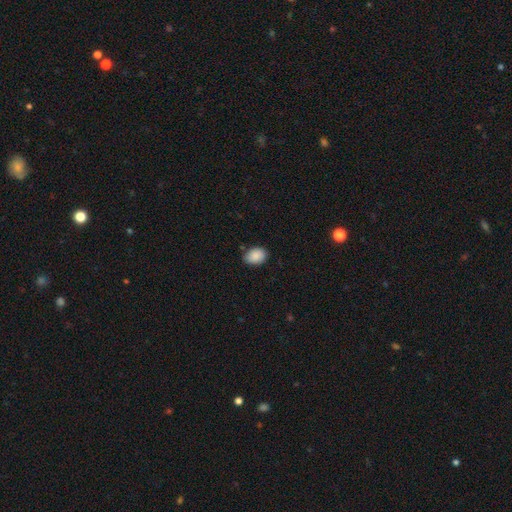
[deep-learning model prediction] Smooth or featured?
  - smooth: 88% *
  - star or artifact: 7%
  - featured or disk: 4%
How rounded?
  - in between: 77% *
  - round: 22%
  - cigar-shaped: 1%
Merging?
  - none: 79% *
  - minor disturbance: 17%
  - major disturbance: 3%
  - merger: 2%